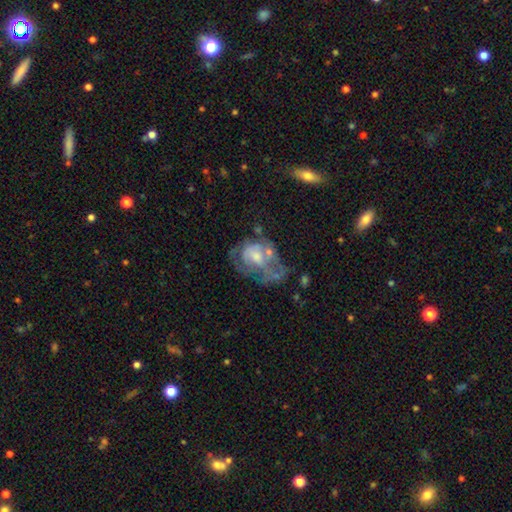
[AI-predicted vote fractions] Smooth or featured?
  - featured or disk: 67% *
  - smooth: 23%
  - star or artifact: 10%
Edge-on disk?
  - no: 97% *
  - yes: 3%
Bar?
  - no: 72% *
  - weak: 23%
  - strong: 4%
Spiral arms?
  - no: 51% *
  - yes: 49%
Bulge size?
  - moderate: 44% *
  - small: 38%
  - none: 10%
  - large: 7%
  - dominant: 1%
Merging?
  - major disturbance: 34% *
  - none: 31%
  - minor disturbance: 21%
  - merger: 15%